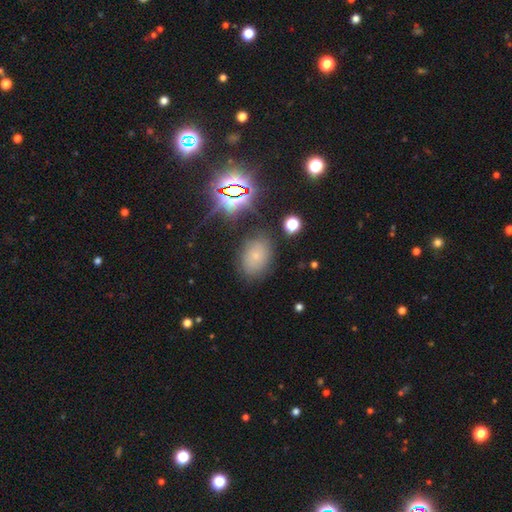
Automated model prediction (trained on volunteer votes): Morphology: type=smooth (54%); roundness=in between (80%); merging=none (78%).